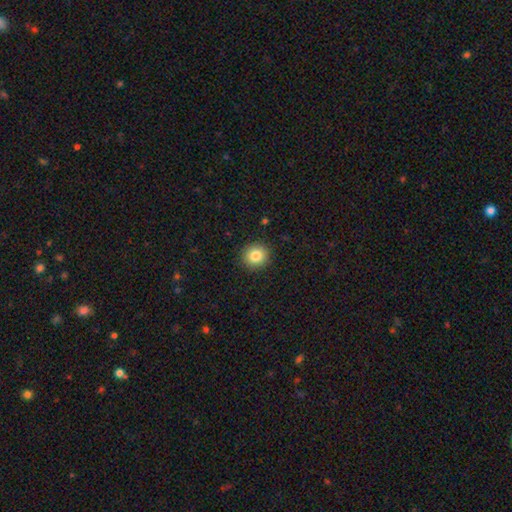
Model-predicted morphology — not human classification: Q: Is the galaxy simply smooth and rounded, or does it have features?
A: smooth — 84%.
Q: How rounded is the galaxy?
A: round — 89%.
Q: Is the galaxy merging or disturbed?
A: none — 91%.